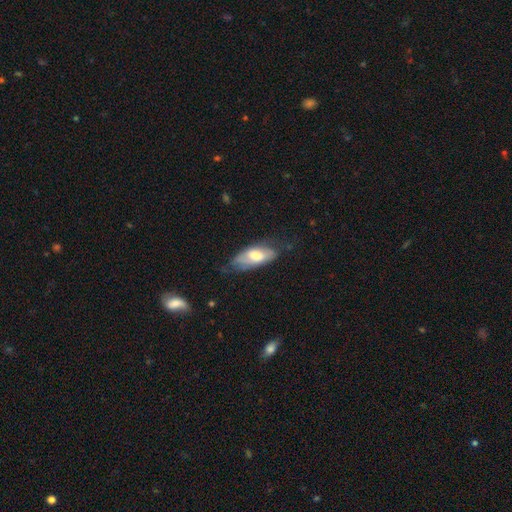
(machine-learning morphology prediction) Smooth or featured? Predicted: smooth (p=0.55). How rounded? Predicted: in between (p=0.81). Merging? Predicted: none (p=0.51).